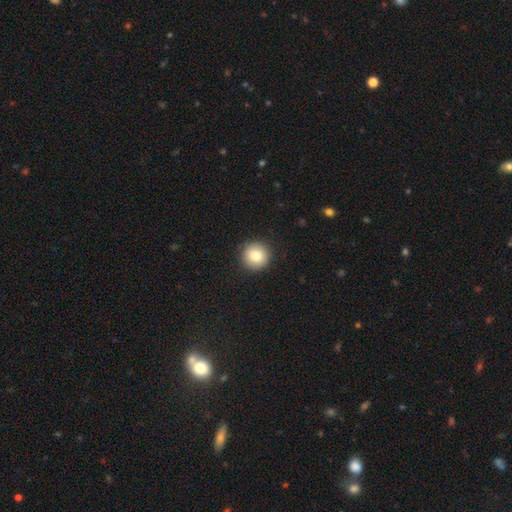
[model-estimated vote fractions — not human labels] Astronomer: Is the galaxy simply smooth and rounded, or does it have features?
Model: smooth — 83%.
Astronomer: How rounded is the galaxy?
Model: round — 95%.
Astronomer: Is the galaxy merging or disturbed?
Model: none — 92%.